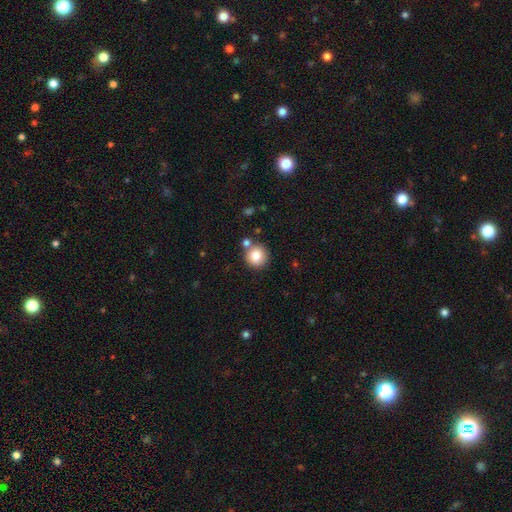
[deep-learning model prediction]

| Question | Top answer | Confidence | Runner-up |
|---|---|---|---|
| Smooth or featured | smooth | 81% | star or artifact (10%) |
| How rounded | round | 93% | in between (6%) |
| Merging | none | 74% | merger (15%) |